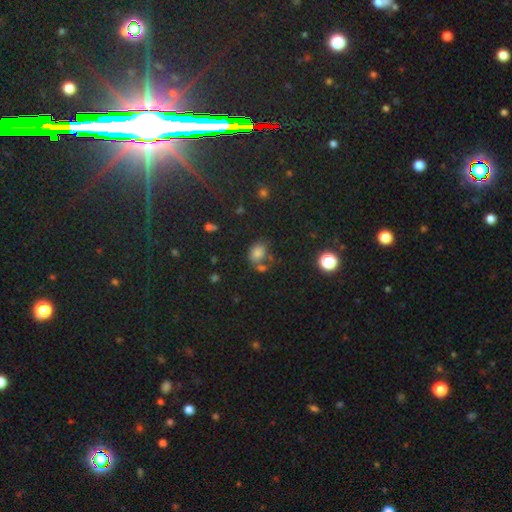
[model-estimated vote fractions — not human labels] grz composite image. It shows a smooth galaxy with no disk features (60%) that is in between round and cigar-shaped (56%). Merging: none (57%).